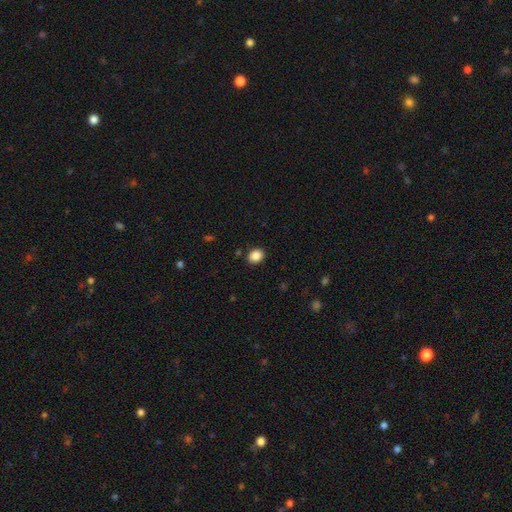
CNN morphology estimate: The model was most divided on "how rounded": round: 52%, in between: 47%, cigar-shaped: 1%. More confident: merging — none (89%); smooth or featured — smooth (87%).